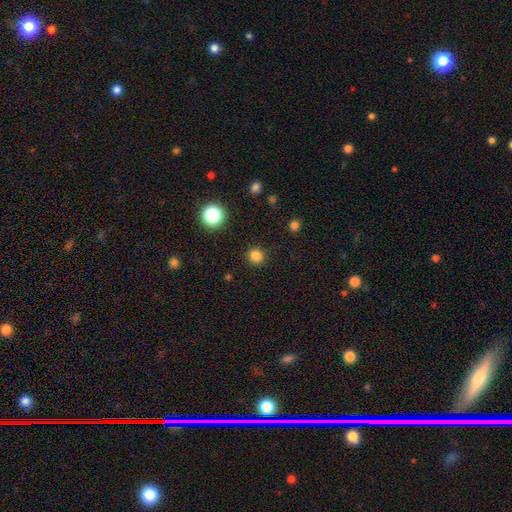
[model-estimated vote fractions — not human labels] A smooth galaxy with no disk features (83%) that is round (94%).

Vote fractions:
- Smooth or featured? smooth: 83% / star or artifact: 14% / featured or disk: 3%
- How rounded? round: 94% / in between: 5% / cigar-shaped: 1%
- Merging? none: 91% / minor disturbance: 6% / major disturbance: 2% / merger: 1%